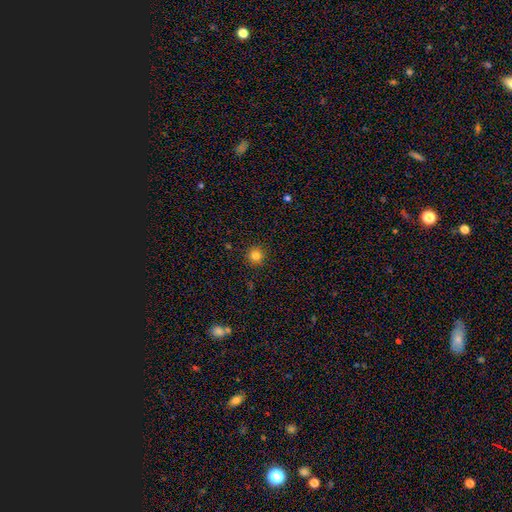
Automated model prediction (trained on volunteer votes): smooth 81%, star or artifact 13%, featured or disk 5%. Down the decision tree: how rounded — round (95%); merging — none (92%).